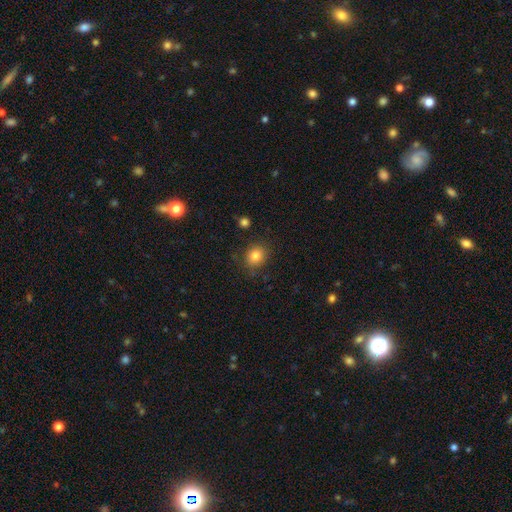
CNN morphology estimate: A smooth galaxy with no disk features (83%) that is round (72%).

Vote fractions:
- Smooth or featured? smooth: 83% / star or artifact: 11% / featured or disk: 6%
- How rounded? round: 72% / in between: 27% / cigar-shaped: 1%
- Merging? none: 82% / minor disturbance: 12% / major disturbance: 3% / merger: 2%